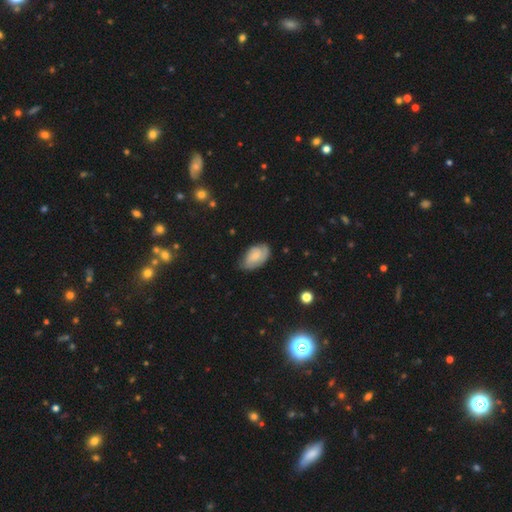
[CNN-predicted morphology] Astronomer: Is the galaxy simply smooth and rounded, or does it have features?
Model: smooth — 48% (runner-up: featured or disk, 45%).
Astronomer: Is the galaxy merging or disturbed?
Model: none — 66%.